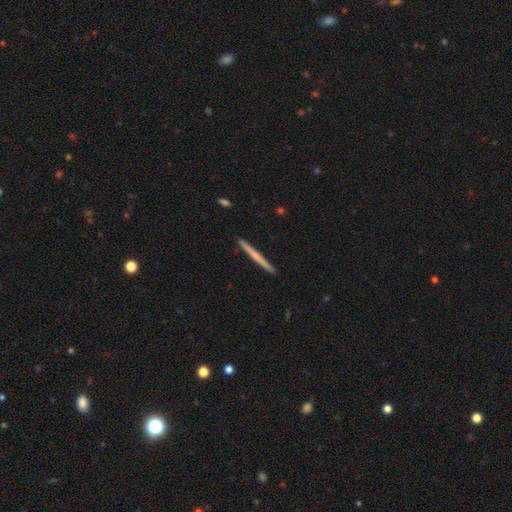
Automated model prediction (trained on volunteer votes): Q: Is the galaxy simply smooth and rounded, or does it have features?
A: smooth — 53%.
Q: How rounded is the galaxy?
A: cigar-shaped — 97%.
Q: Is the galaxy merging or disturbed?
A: none — 93%.